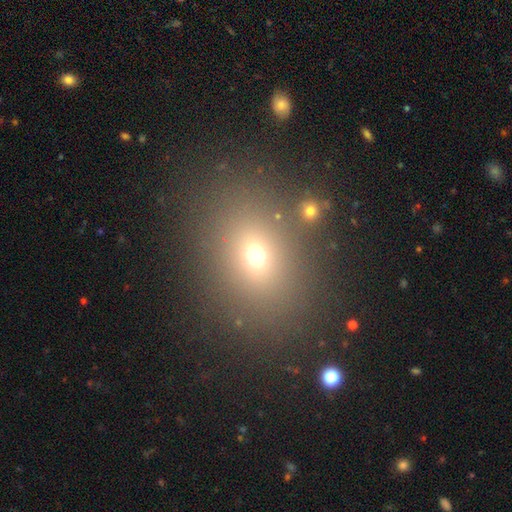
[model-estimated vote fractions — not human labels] Q: Smooth or featured?
A: smooth (67%); runner-up: star or artifact (21%)
Q: How rounded?
A: in between (57%); runner-up: round (41%)
Q: Merging?
A: none (81%); runner-up: minor disturbance (9%)